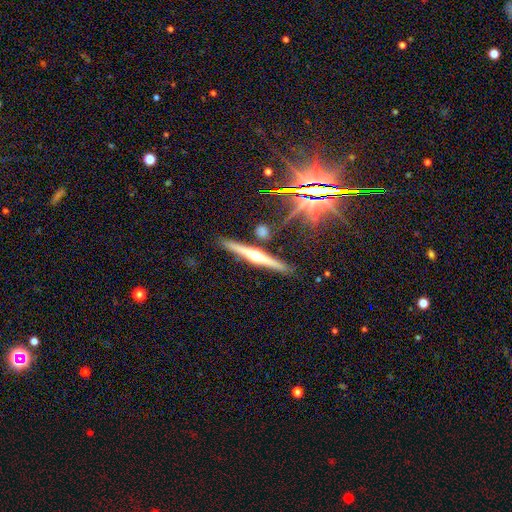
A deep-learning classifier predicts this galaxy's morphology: A featured or disk galaxy (71%) viewed edge-on (98%) with a rounded central bulge (92%).

Vote fractions:
- Smooth or featured? featured or disk: 71% / smooth: 21% / star or artifact: 8%
- Edge-on disk? yes: 98% / no: 2%
- Edge-on bulge? rounded: 92% / none: 4% / boxy: 4%
- Merging? none: 87% / minor disturbance: 7% / merger: 4% / major disturbance: 2%